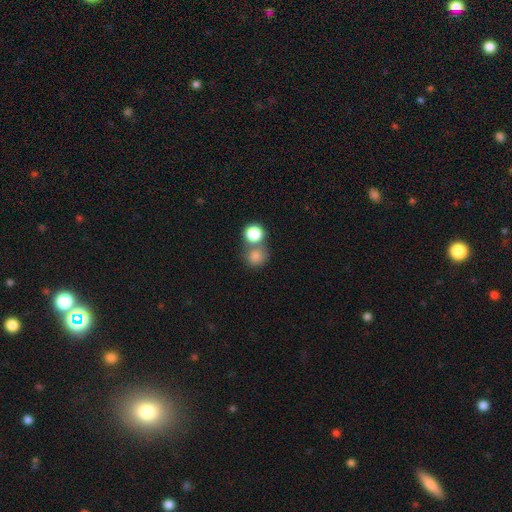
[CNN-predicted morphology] smooth-or-featured: smooth: 82% | star or artifact: 11% | featured or disk: 7%
  how-rounded: round: 84% | in between: 15% | cigar-shaped: 1%
  merging: none: 45% | merger: 42% | minor disturbance: 8% | major disturbance: 4%